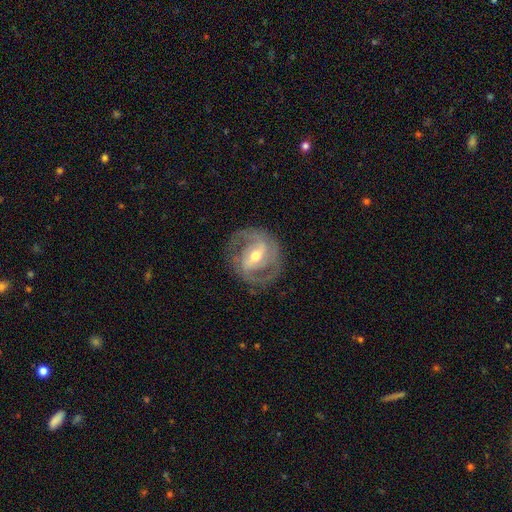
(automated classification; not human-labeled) featured or disk 86%, smooth 9%, star or artifact 5%. Down the decision tree: edge-on disk — no (96%); bar — strong (46%); spiral arms — yes (92%); spiral arm count — 2 (79%); spiral winding — medium (48%); bulge size — moderate (62%); merging — none (79%).